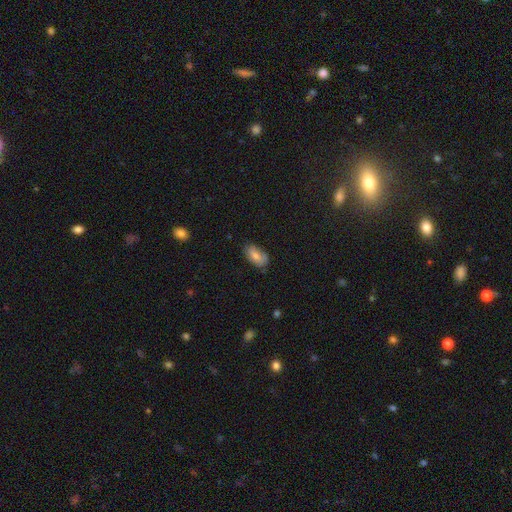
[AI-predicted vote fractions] A smooth galaxy with no disk features (68%) that is in between round and cigar-shaped (93%).

Vote fractions:
- Smooth or featured? smooth: 68% / featured or disk: 24% / star or artifact: 8%
- How rounded? in between: 93% / round: 4% / cigar-shaped: 3%
- Merging? none: 71% / minor disturbance: 23% / major disturbance: 4% / merger: 1%